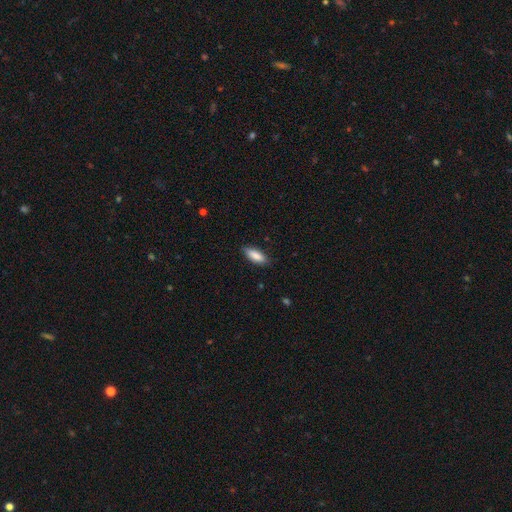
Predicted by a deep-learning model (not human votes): Smooth or featured?
  - smooth: 86% *
  - featured or disk: 8%
  - star or artifact: 6%
How rounded?
  - in between: 72% *
  - cigar-shaped: 26%
  - round: 2%
Merging?
  - none: 85% *
  - minor disturbance: 12%
  - major disturbance: 2%
  - merger: 1%